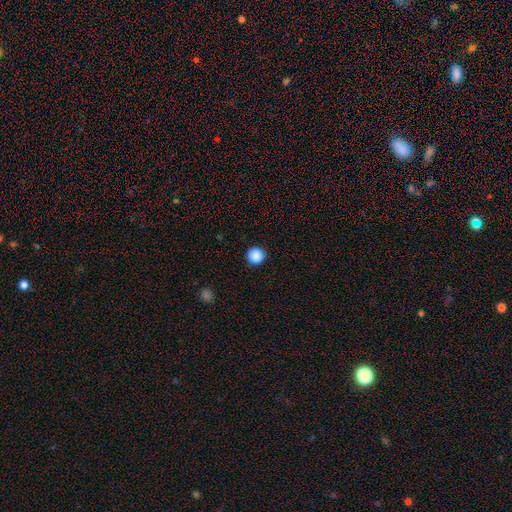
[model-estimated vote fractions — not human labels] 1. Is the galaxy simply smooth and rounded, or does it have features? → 88% smooth, 9% star or artifact, 3% featured or disk.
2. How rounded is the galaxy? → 96% round, 3% in between, 1% cigar-shaped.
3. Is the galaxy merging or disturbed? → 92% none, 5% minor disturbance, 2% major disturbance, 1% merger.